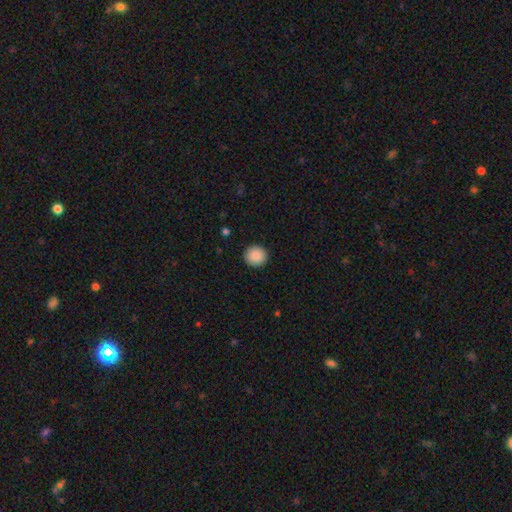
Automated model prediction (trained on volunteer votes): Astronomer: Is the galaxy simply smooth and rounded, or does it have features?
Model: smooth — 89%.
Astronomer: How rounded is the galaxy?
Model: round — 94%.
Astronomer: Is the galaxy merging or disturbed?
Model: none — 93%.